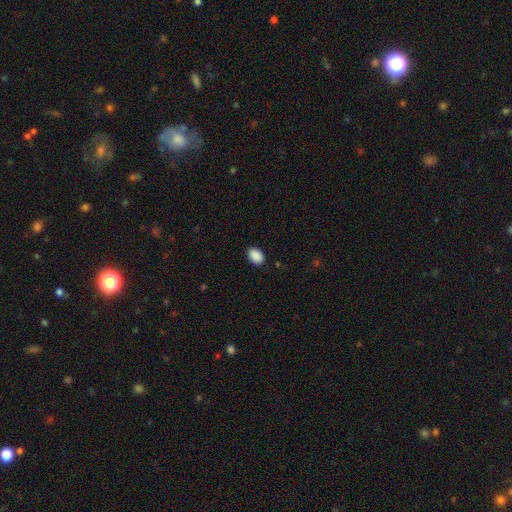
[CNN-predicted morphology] The model was most divided on "how rounded": in between: 84%, round: 15%, cigar-shaped: 1%. More confident: smooth or featured — smooth (91%); merging — none (89%).